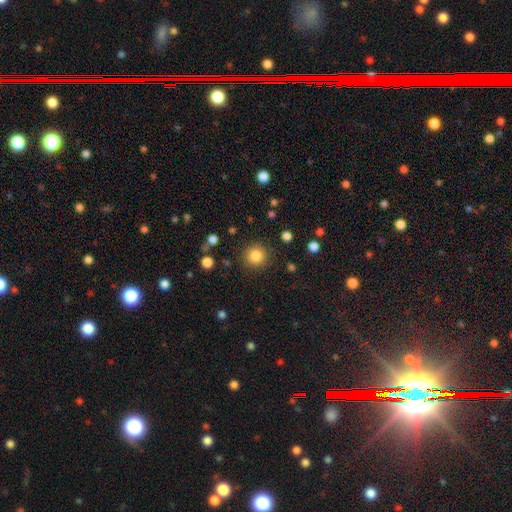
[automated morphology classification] This is clearly a smooth galaxy (84%). How rounded: clearly round (94%). Merging: clearly none (89%).